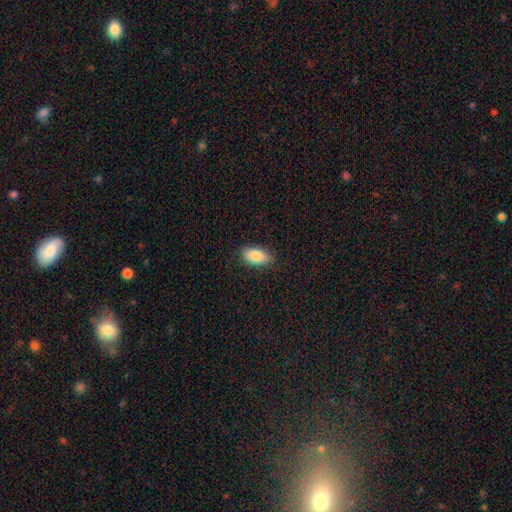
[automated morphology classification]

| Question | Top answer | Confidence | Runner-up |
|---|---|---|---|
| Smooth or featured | smooth | 87% | star or artifact (7%) |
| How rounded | in between | 91% | cigar-shaped (6%) |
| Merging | none | 86% | minor disturbance (11%) |